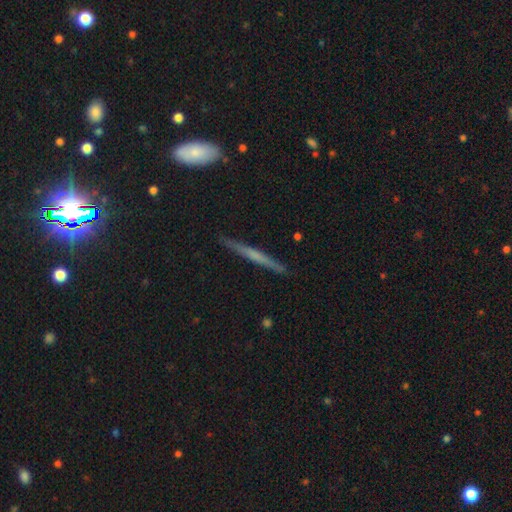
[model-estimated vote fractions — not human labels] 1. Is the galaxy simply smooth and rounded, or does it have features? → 57% featured or disk, 37% smooth, 6% star or artifact.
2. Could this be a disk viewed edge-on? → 97% yes, 3% no.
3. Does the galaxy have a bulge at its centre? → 64% none, 25% rounded, 10% boxy.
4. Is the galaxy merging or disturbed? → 89% none, 8% minor disturbance, 2% major disturbance, 1% merger.